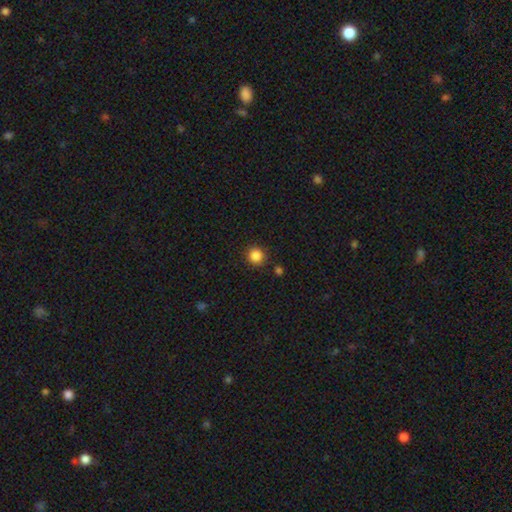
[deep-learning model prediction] This appears to be a smooth galaxy with no disk features (86%) that is round (91%). Merging: none (87%).